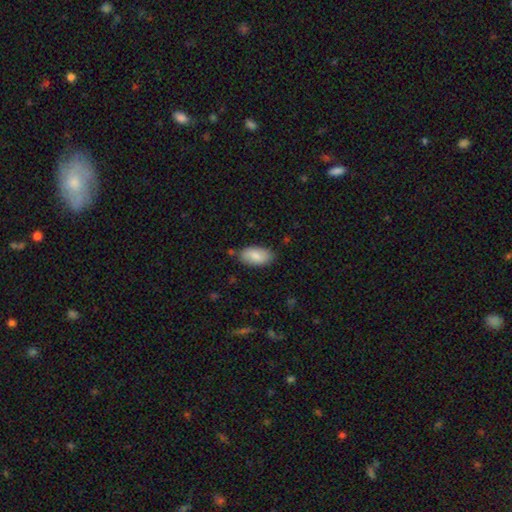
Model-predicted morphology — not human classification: type=smooth (80%); roundness=in between (94%); merging=none (79%).